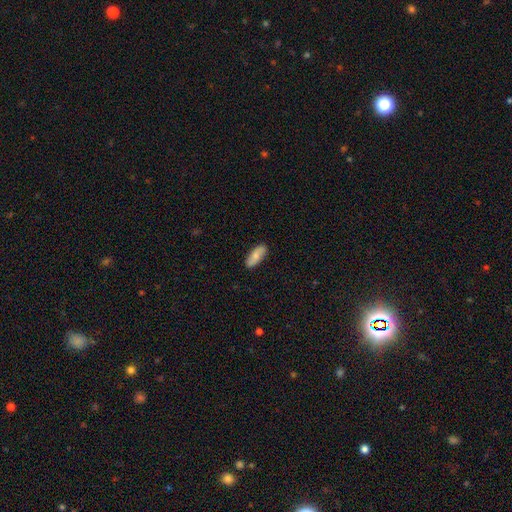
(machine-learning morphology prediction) A smooth galaxy with no disk features (72%) that is in between round and cigar-shaped (75%). Merging: none (86%).